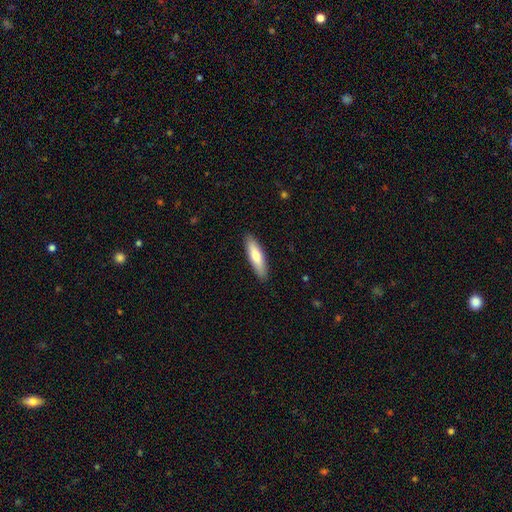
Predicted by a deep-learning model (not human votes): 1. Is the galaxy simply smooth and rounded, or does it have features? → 74% smooth, 20% featured or disk, 5% star or artifact.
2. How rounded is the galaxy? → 68% cigar-shaped, 31% in between, 1% round.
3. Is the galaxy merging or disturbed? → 89% none, 8% minor disturbance, 2% major disturbance, 1% merger.